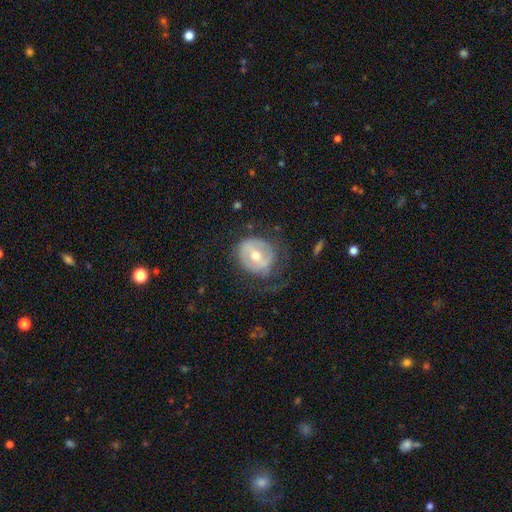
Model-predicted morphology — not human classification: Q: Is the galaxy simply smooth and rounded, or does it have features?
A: featured or disk — 63%.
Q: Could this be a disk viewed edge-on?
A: no — 95%.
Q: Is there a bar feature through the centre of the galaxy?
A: weak — 43%.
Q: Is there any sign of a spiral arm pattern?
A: yes — 50%, tied with no.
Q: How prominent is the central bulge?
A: moderate — 69%.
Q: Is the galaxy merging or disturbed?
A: none — 56%.